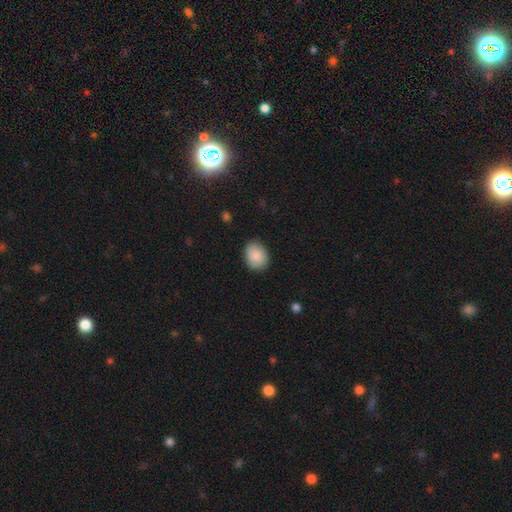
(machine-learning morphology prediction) This appears to be a smooth galaxy with no disk features (88%) that is in between round and cigar-shaped (58%). Merging: none (82%).